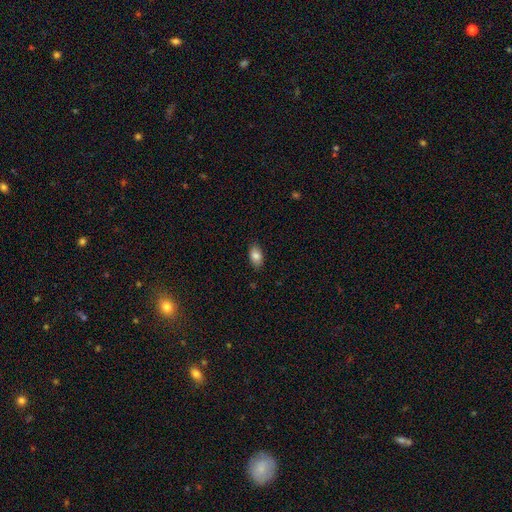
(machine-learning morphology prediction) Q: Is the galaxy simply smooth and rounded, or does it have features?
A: smooth — 84%.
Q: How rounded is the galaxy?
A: in between — 92%.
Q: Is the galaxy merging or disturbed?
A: none — 87%.